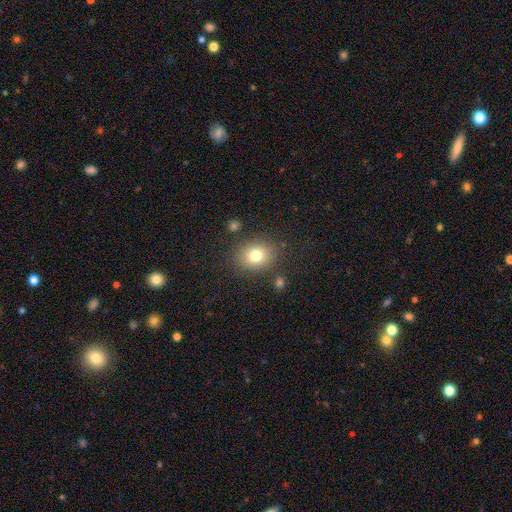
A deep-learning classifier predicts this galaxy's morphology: smooth_or_featured: smooth (p=0.77) [alt: star or artifact p=0.12]
how_rounded: round (p=0.53) [alt: in between p=0.46]
merging: none (p=0.82) [alt: minor disturbance p=0.10]